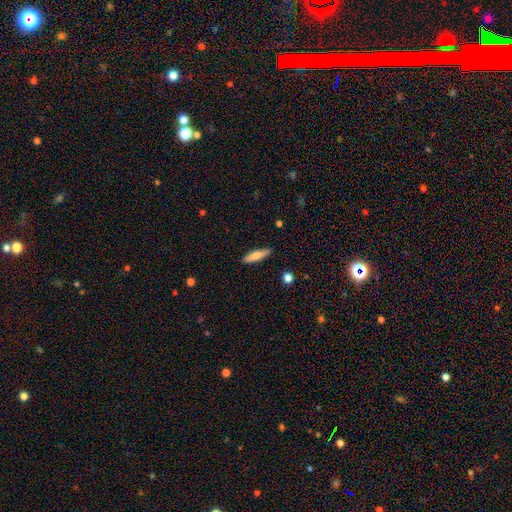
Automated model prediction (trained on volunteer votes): This appears to be a smooth galaxy with no disk features (70%) that is cigar-shaped (79%). Merging: none (89%).